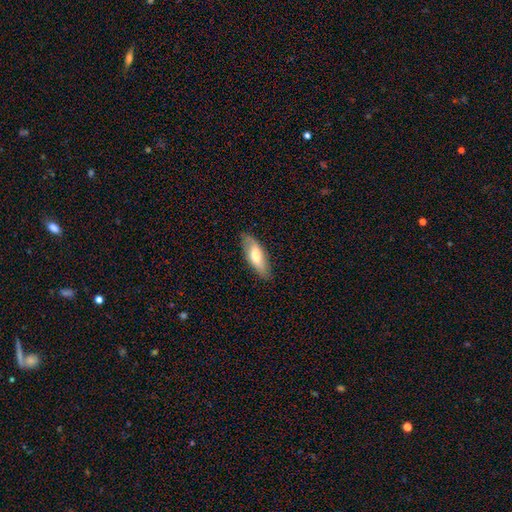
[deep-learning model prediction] Q: Smooth or featured?
A: smooth (64%); runner-up: featured or disk (30%)
Q: How rounded?
A: in between (66%); runner-up: cigar-shaped (32%)
Q: Merging?
A: none (80%); runner-up: minor disturbance (16%)